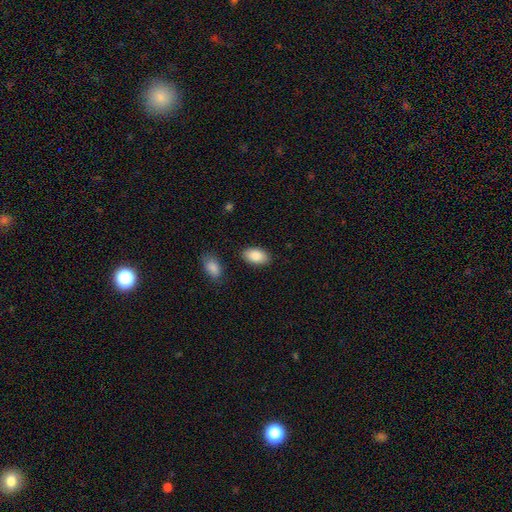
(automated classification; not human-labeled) A smooth galaxy with no disk features (87%) that is in between round and cigar-shaped (94%). Merging: none (86%).